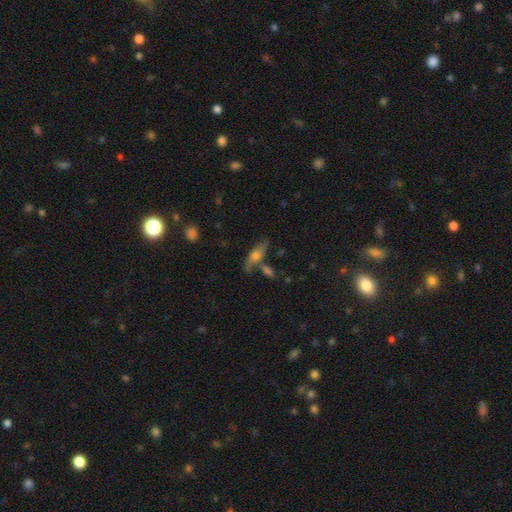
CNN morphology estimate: The model was most divided on "smooth or featured": smooth: 56%, featured or disk: 36%, star or artifact: 8%. More confident: how rounded — in between (64%); merging — none (56%).